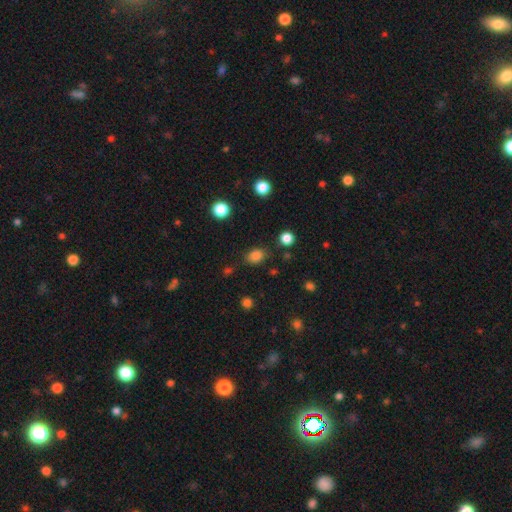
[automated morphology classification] Overall: smooth (83%). How rounded: in between (55%; round 44%). Merging: none (78%).